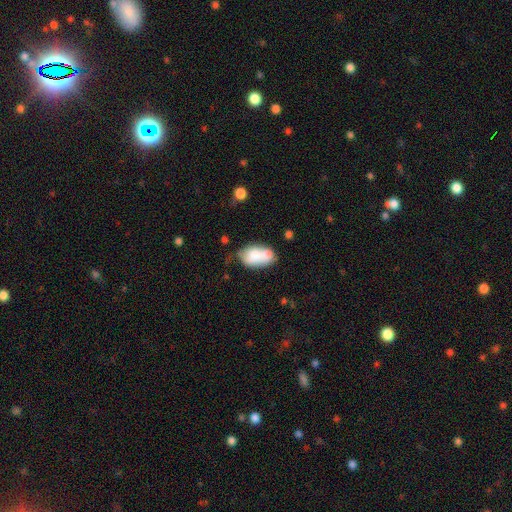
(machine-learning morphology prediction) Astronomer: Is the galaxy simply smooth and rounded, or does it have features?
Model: smooth — 75%.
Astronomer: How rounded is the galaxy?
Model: in between — 91%.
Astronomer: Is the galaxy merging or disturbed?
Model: none — 41% (runner-up: minor disturbance, 26%).